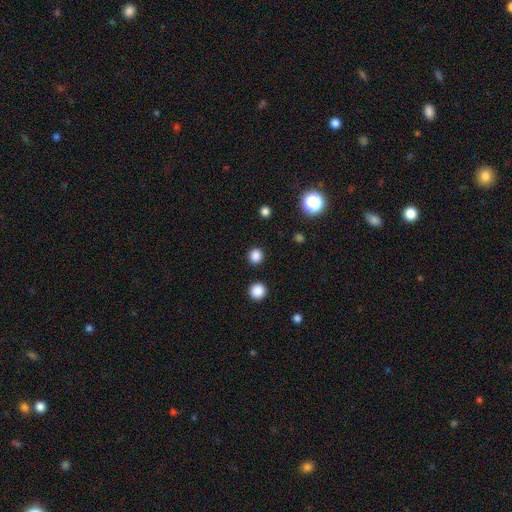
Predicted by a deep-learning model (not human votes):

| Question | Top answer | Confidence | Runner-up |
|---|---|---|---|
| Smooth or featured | smooth | 84% | star or artifact (13%) |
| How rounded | round | 91% | in between (9%) |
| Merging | none | 90% | minor disturbance (5%) |